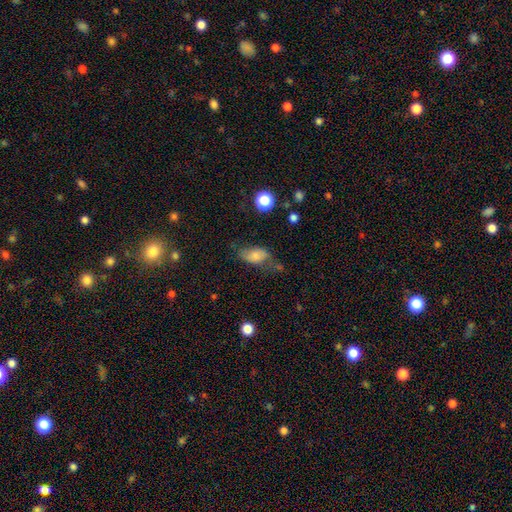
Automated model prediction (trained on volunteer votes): The model was most divided on "merging": none: 44%, minor disturbance: 31%, major disturbance: 20%, merger: 5%. More confident: how rounded — in between (87%); smooth or featured — smooth (67%).